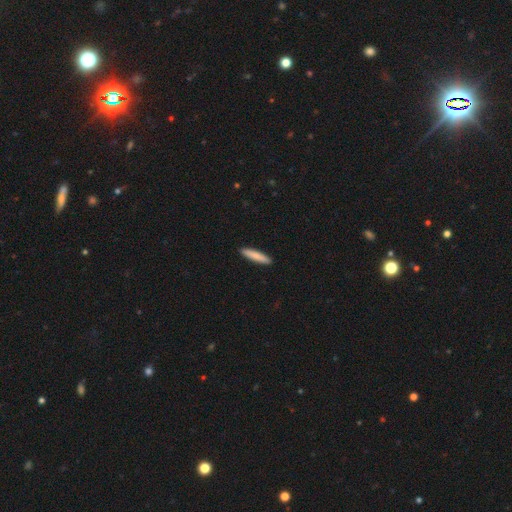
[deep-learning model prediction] Smooth or featured?
  - smooth: 83% *
  - featured or disk: 12%
  - star or artifact: 5%
How rounded?
  - cigar-shaped: 88% *
  - in between: 11%
  - round: 1%
Merging?
  - none: 92% *
  - minor disturbance: 6%
  - major disturbance: 1%
  - merger: 1%